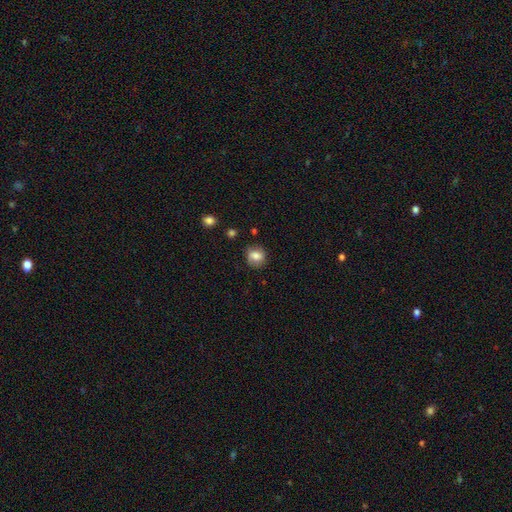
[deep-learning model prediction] Overall: smooth (71%). How rounded: round (78%). Merging: none (76%).